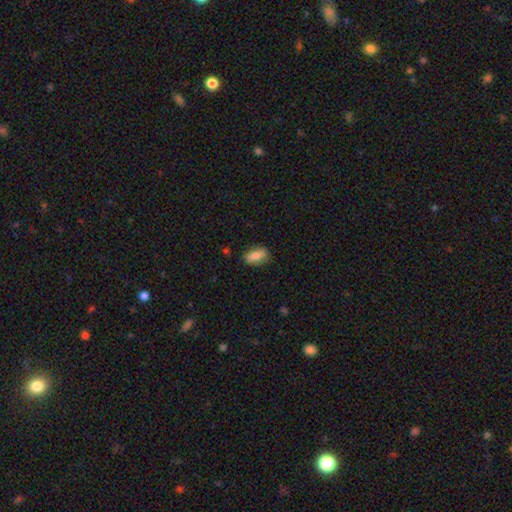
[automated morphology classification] Smooth or featured?
  - smooth: 78% *
  - featured or disk: 15%
  - star or artifact: 7%
How rounded?
  - in between: 85% *
  - cigar-shaped: 10%
  - round: 5%
Merging?
  - none: 81% *
  - minor disturbance: 15%
  - major disturbance: 3%
  - merger: 1%